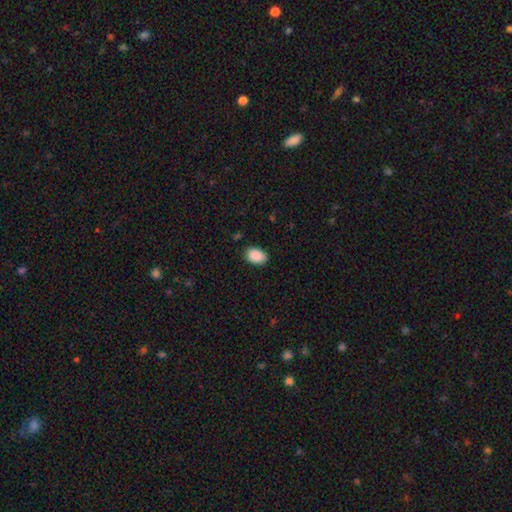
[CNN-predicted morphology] A smooth galaxy with no disk features (90%) that is in between round and cigar-shaped (88%). Merging: none (85%).